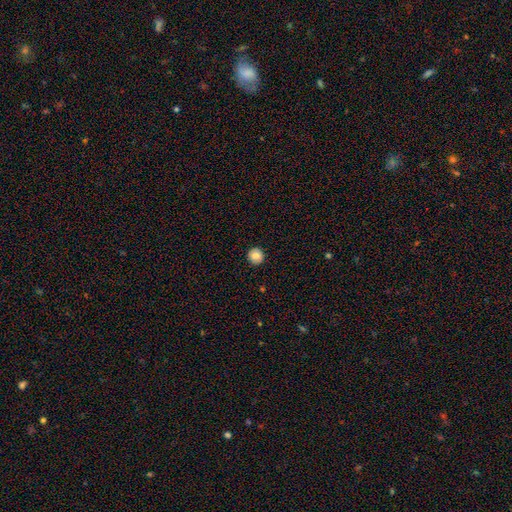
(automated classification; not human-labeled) The model was most divided on "smooth or featured": smooth: 82%, featured or disk: 9%, star or artifact: 9%. More confident: how rounded — round (94%); merging — none (92%).